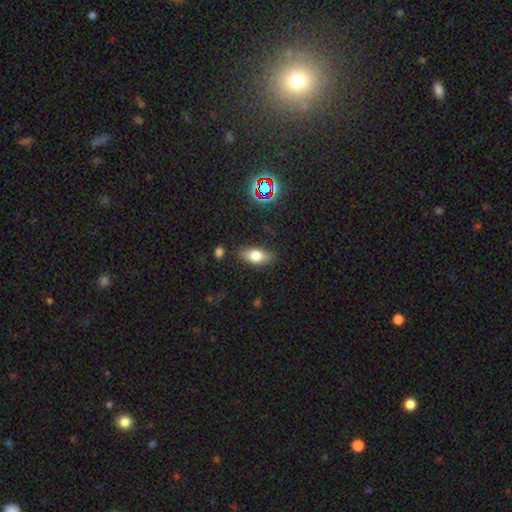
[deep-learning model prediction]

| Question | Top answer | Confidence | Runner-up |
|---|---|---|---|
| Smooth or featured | smooth | 71% | featured or disk (19%) |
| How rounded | in between | 82% | cigar-shaped (12%) |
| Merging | none | 82% | minor disturbance (13%) |